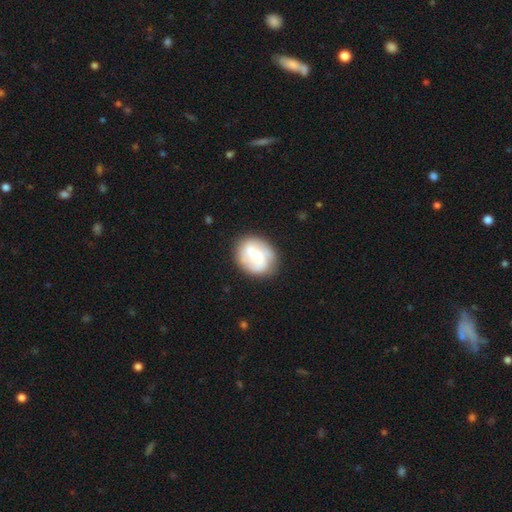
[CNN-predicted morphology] smooth-or-featured: featured or disk: 61% | smooth: 33% | star or artifact: 6%
  disk-edge-on: no: 97% | yes: 3%
    bar: weak: 44% | no: 35% | strong: 21%
    has-spiral-arms: yes: 84% | no: 16%
    bulge-size: moderate: 56% | small: 32% | large: 8% | none: 2% | dominant: 2%
  merging: none: 79% | minor disturbance: 14% | major disturbance: 5% | merger: 2%